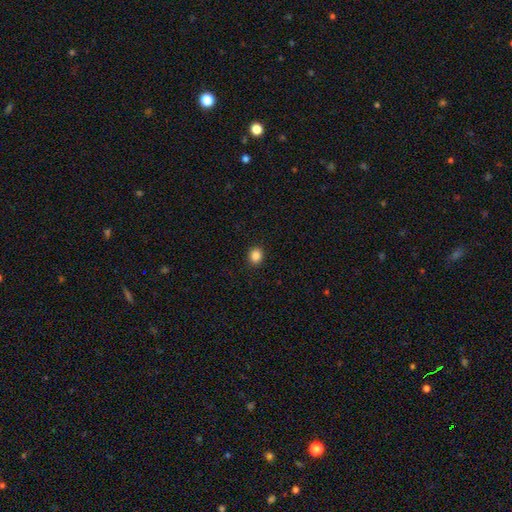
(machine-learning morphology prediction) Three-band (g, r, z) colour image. It shows a smooth galaxy with no disk features (85%) that is round (75%). Merging: none (92%).